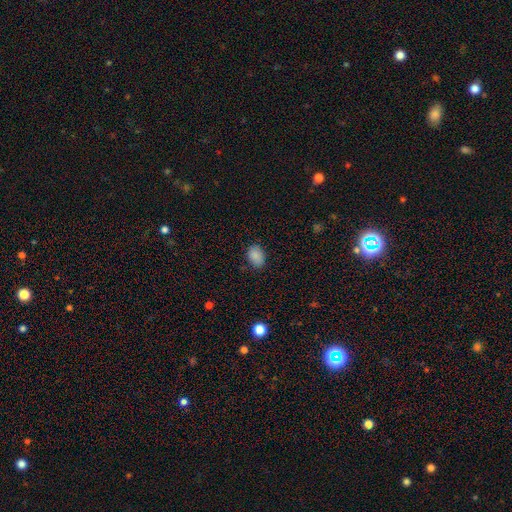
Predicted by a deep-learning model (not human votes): Q: Smooth or featured?
A: smooth (87%); runner-up: star or artifact (9%)
Q: How rounded?
A: in between (79%); runner-up: round (19%)
Q: Merging?
A: none (82%); runner-up: minor disturbance (14%)